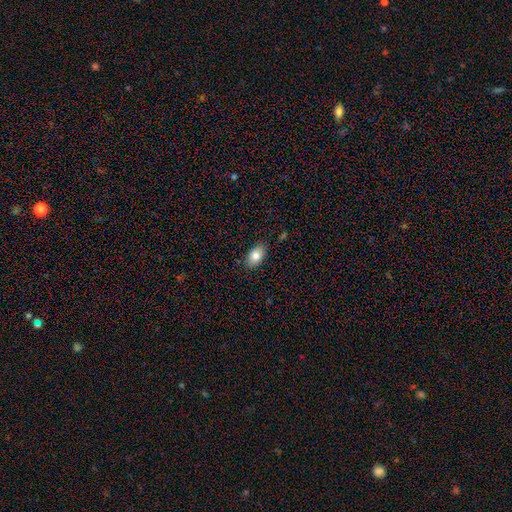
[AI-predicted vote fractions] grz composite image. It shows a smooth galaxy with no disk features (83%) that is in between round and cigar-shaped (90%). Merging: none (85%).